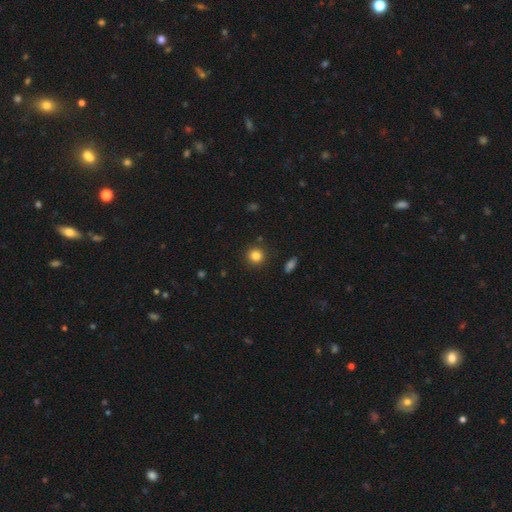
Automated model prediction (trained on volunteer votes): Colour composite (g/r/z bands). It shows a smooth galaxy with no disk features (84%) that is round (92%). Merging: none (90%).